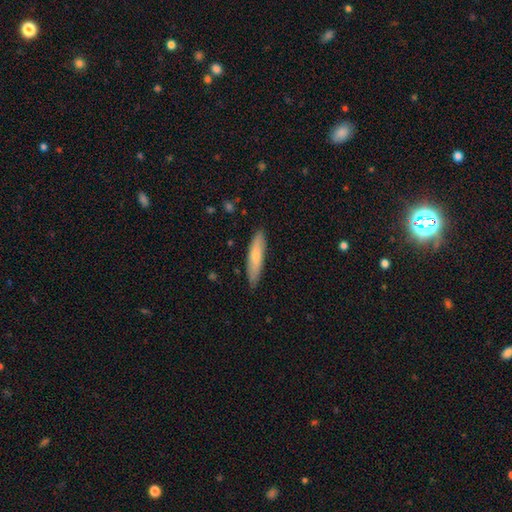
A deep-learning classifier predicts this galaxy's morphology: smooth 69%, featured or disk 25%, star or artifact 6%. Down the decision tree: how rounded — cigar-shaped (80%); merging — none (85%).